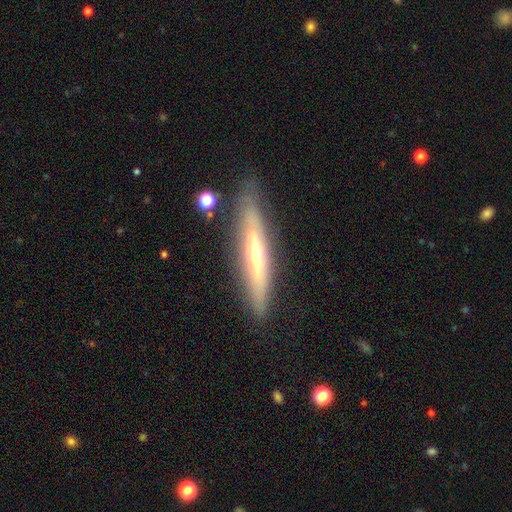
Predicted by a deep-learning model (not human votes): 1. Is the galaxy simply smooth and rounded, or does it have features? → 67% featured or disk, 27% smooth, 7% star or artifact.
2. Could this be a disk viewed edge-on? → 85% yes, 15% no.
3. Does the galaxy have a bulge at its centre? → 76% rounded, 21% none, 3% boxy.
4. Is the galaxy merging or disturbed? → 83% none, 12% minor disturbance, 3% major disturbance, 2% merger.